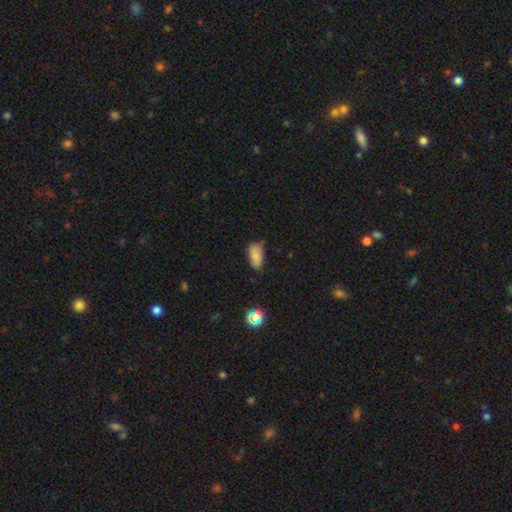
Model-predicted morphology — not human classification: type=smooth (81%); roundness=in between (91%); merging=none (68%).